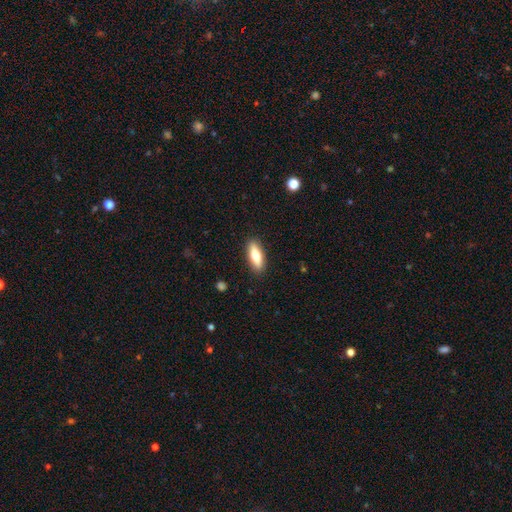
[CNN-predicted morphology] Q: Smooth or featured?
A: smooth (66%); runner-up: featured or disk (27%)
Q: How rounded?
A: in between (59%); runner-up: cigar-shaped (38%)
Q: Merging?
A: none (89%); runner-up: minor disturbance (8%)